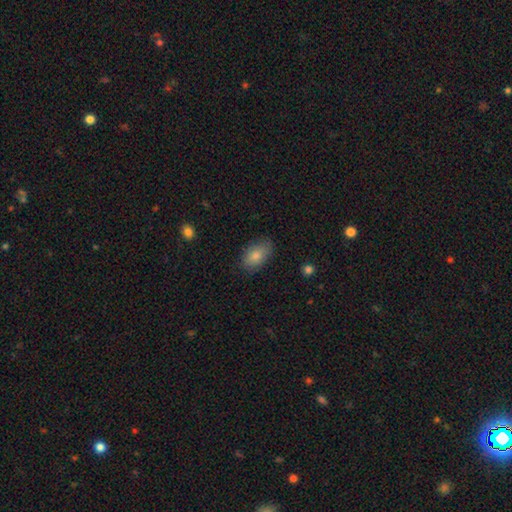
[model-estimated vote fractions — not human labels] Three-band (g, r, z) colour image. It shows a smooth galaxy with no disk features (84%) that is in between round and cigar-shaped (91%). Merging: none (81%).